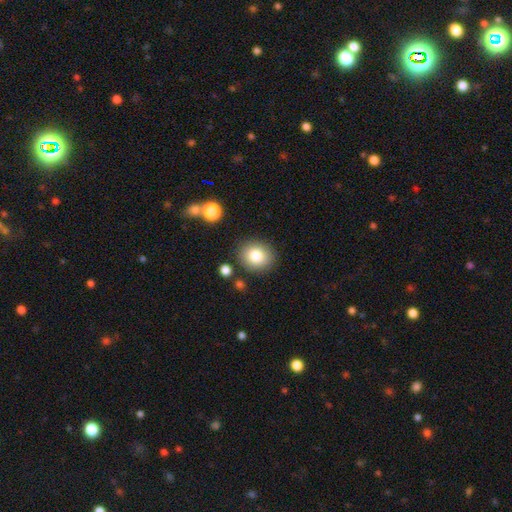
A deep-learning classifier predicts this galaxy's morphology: A smooth galaxy with no disk features (82%) that is round (72%).

Vote fractions:
- Smooth or featured? smooth: 82% / star or artifact: 10% / featured or disk: 9%
- How rounded? round: 72% / in between: 27% / cigar-shaped: 1%
- Merging? none: 85% / minor disturbance: 9% / merger: 3% / major disturbance: 3%